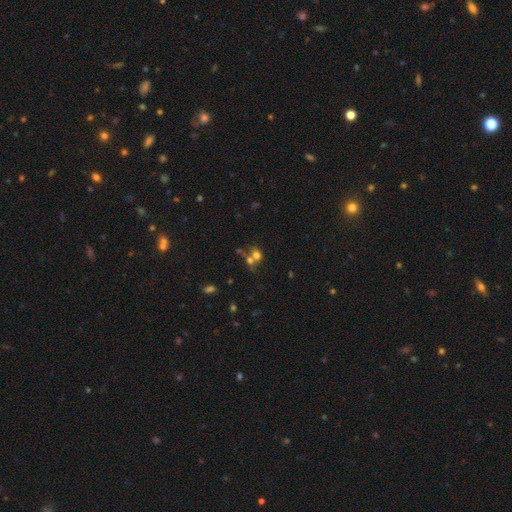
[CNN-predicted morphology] smooth 61%, star or artifact 20%, featured or disk 19%. Down the decision tree: how rounded — round (60%); merging — merger (55%).